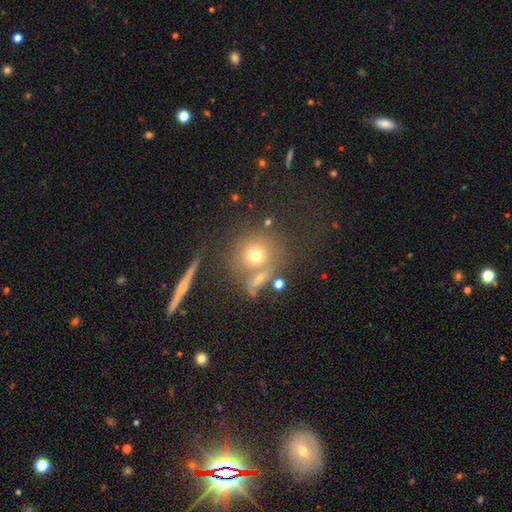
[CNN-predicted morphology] smooth-or-featured: smooth: 68% | star or artifact: 17% | featured or disk: 16%
  how-rounded: round: 86% | in between: 12% | cigar-shaped: 2%
  merging: none: 62% | merger: 19% | minor disturbance: 11% | major disturbance: 8%